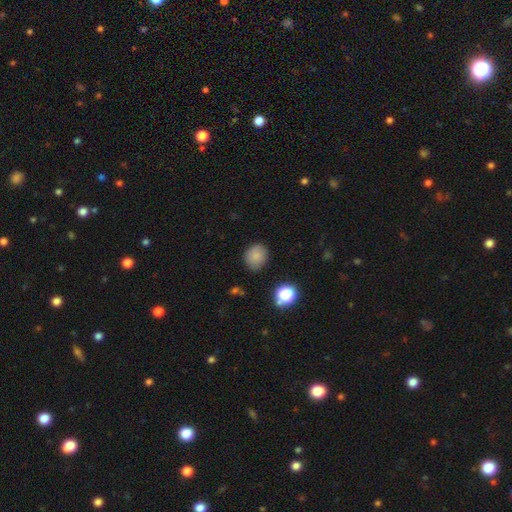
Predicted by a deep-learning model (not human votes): This is clearly a smooth galaxy (82%). How rounded: likely round (67%). Merging: clearly none (83%).